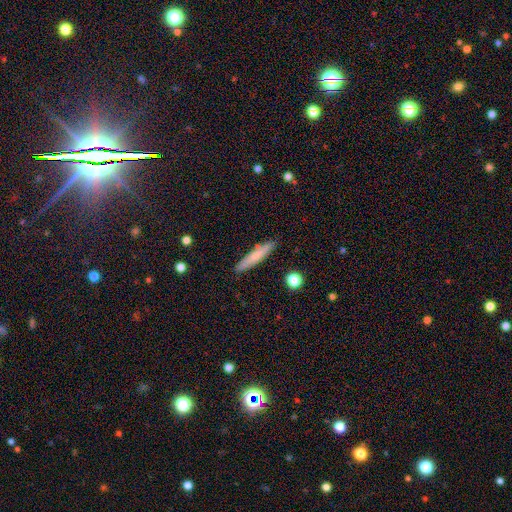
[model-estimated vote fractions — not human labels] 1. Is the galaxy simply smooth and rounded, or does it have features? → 68% smooth, 25% featured or disk, 6% star or artifact.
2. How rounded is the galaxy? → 92% cigar-shaped, 7% in between, 1% round.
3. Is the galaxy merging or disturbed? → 88% none, 8% minor disturbance, 2% merger, 2% major disturbance.